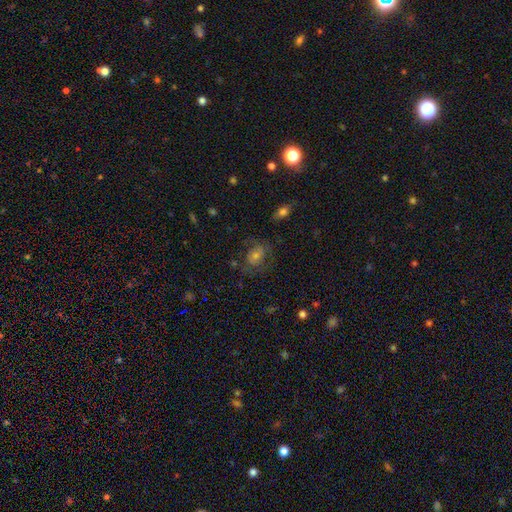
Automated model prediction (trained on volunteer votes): Q: Smooth or featured?
A: featured or disk (41%); runner-up: smooth (39%)
Q: Merging?
A: none (66%); runner-up: minor disturbance (18%)